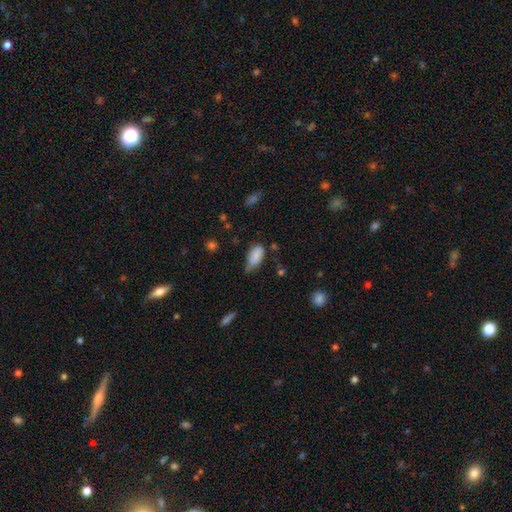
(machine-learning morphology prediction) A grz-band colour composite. It shows a smooth galaxy with no disk features (84%) that is in between round and cigar-shaped (91%). Merging: minor disturbance (45%).